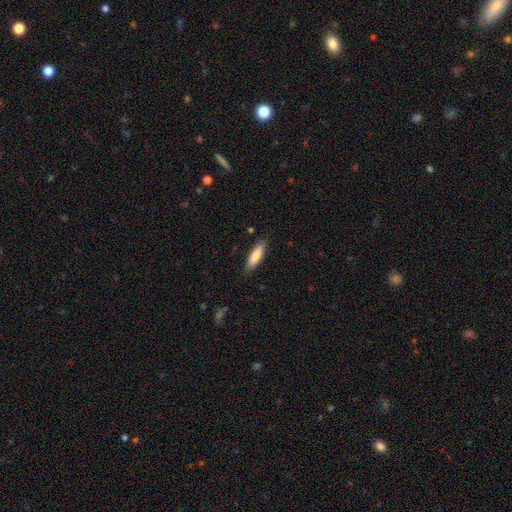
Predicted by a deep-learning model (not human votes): smooth-or-featured: smooth: 79% | featured or disk: 15% | star or artifact: 5%
  how-rounded: cigar-shaped: 60% | in between: 39% | round: 1%
  merging: none: 85% | minor disturbance: 12% | major disturbance: 2% | merger: 1%